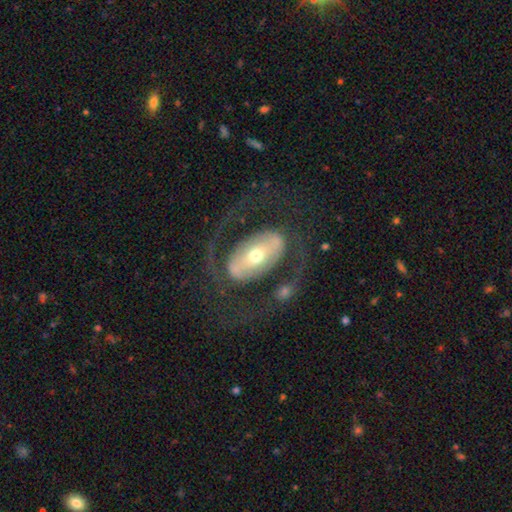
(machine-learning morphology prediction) smooth-or-featured: featured or disk: 80% | smooth: 15% | star or artifact: 5%
  disk-edge-on: no: 94% | yes: 6%
    bar: strong: 45% | no: 28% | weak: 27%
    has-spiral-arms: yes: 72% | no: 28%
      spiral-winding: medium: 48% | loose: 30% | tight: 23%
      spiral-arm-count: 2: 85% | can't tell: 8% | 1: 4% | 3: 1% | 4: 1% | more than 4: 1%
    bulge-size: moderate: 55% | small: 36% | large: 7% | dominant: 2% | none: 1%
  merging: none: 66% | major disturbance: 20% | minor disturbance: 12% | merger: 3%